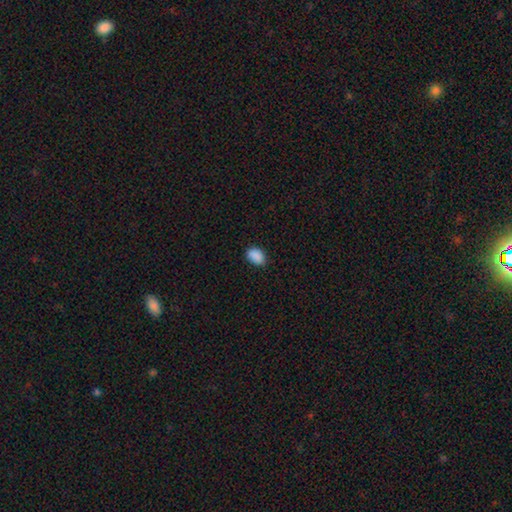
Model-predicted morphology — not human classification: Smooth or featured?
  - smooth: 89% *
  - star or artifact: 8%
  - featured or disk: 3%
How rounded?
  - in between: 85% *
  - round: 14%
  - cigar-shaped: 1%
Merging?
  - none: 83% *
  - minor disturbance: 13%
  - major disturbance: 2%
  - merger: 1%